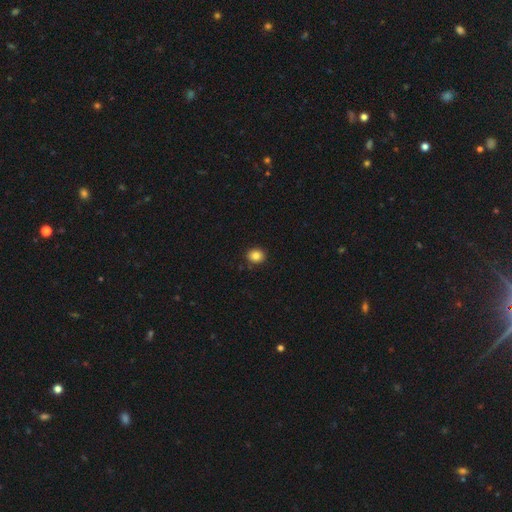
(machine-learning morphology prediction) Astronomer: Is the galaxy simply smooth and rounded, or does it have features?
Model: smooth — 85%.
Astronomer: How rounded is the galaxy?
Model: round — 72%.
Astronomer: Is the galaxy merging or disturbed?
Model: none — 89%.